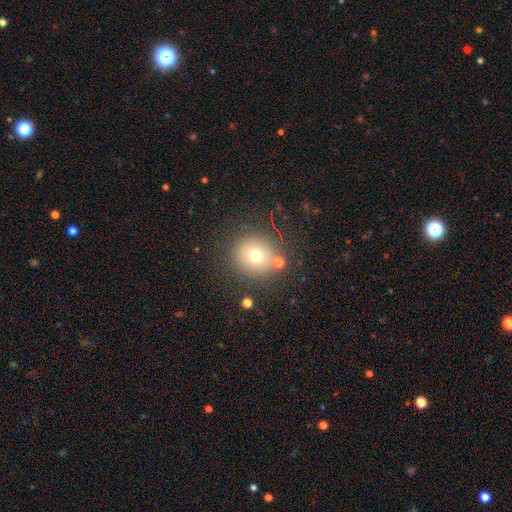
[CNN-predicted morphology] A smooth galaxy with no disk features (68%) that is round (89%).

Vote fractions:
- Smooth or featured? smooth: 68% / star or artifact: 17% / featured or disk: 15%
- How rounded? round: 89% / in between: 10% / cigar-shaped: 1%
- Merging? none: 79% / minor disturbance: 9% / merger: 8% / major disturbance: 4%